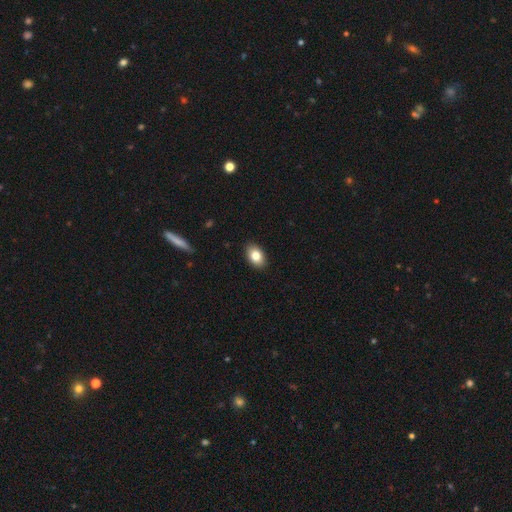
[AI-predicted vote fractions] A smooth galaxy with no disk features (82%) that is in between round and cigar-shaped (88%).

Vote fractions:
- Smooth or featured? smooth: 82% / featured or disk: 10% / star or artifact: 8%
- How rounded? in between: 88% / round: 11% / cigar-shaped: 1%
- Merging? none: 89% / minor disturbance: 8% / major disturbance: 2% / merger: 1%